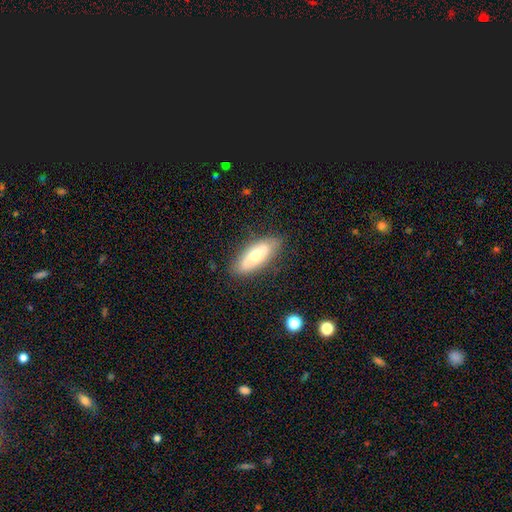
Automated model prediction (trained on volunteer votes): Overall: smooth (52%; featured or disk 42%). How rounded: in between (70%). Merging: none (80%).